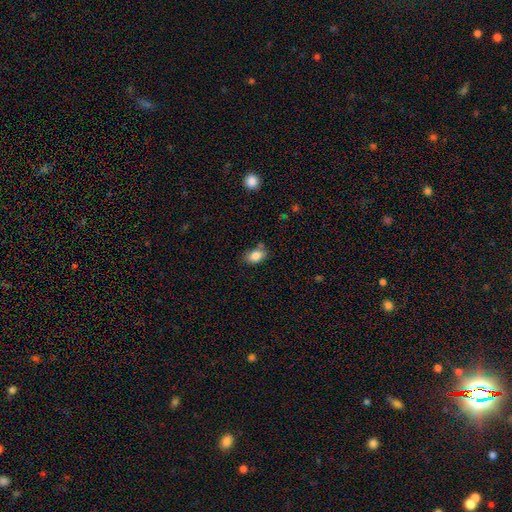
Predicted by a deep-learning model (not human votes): This appears to be a smooth galaxy with no disk features (84%) that is in between round and cigar-shaped (84%). Merging: none (69%).